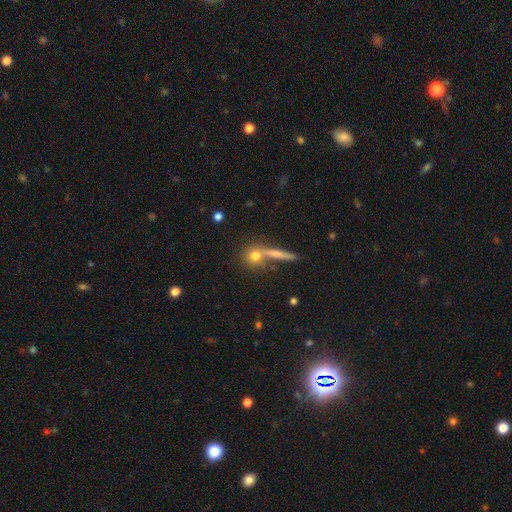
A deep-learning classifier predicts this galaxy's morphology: This appears to be a smooth galaxy with no disk features (40%). Merging: none (48%).